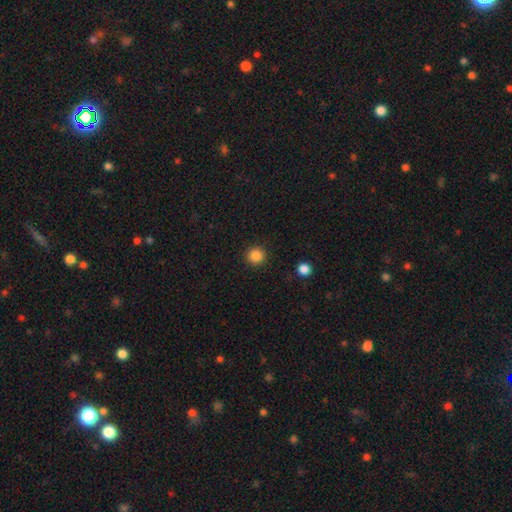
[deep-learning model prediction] smooth_or_featured: smooth (p=0.86) [alt: star or artifact p=0.11]
how_rounded: round (p=0.95) [alt: in between p=0.04]
merging: none (p=0.92) [alt: minor disturbance p=0.05]